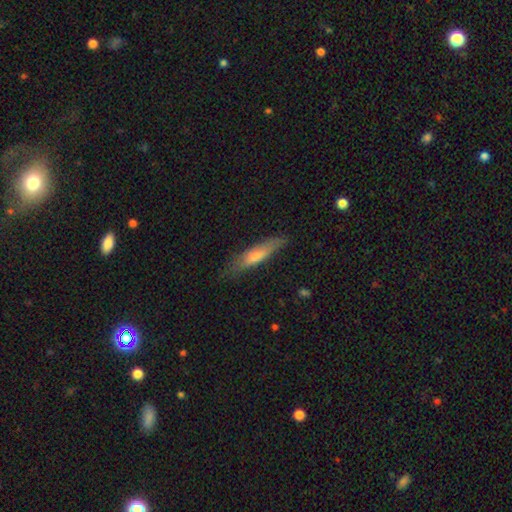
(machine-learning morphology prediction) A smooth galaxy with no disk features (66%) that is cigar-shaped (84%). Merging: none (80%).